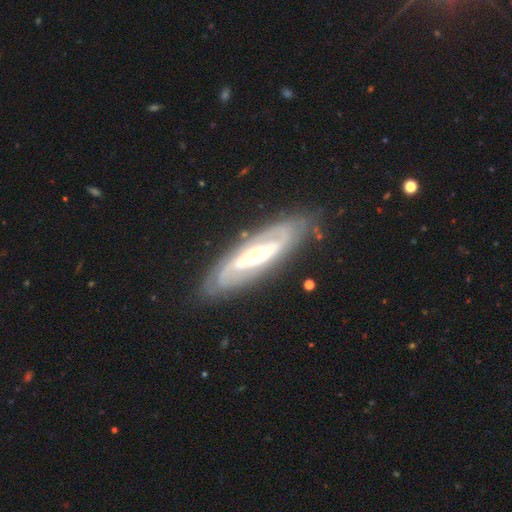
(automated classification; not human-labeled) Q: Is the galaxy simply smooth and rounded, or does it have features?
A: featured or disk — 84%.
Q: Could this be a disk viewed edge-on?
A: no — 85%.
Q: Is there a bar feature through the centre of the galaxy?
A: no — 49%.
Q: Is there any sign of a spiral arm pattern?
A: yes — 87%.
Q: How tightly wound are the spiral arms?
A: tight — 56%.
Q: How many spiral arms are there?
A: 2 — 61%.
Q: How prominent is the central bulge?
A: moderate — 56%.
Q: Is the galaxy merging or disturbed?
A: none — 81%.